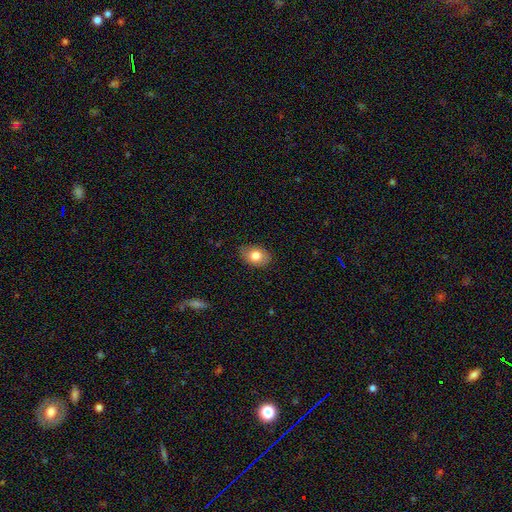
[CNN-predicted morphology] This appears to be a smooth galaxy with no disk features (81%) that is in between round and cigar-shaped (79%). Merging: none (83%).